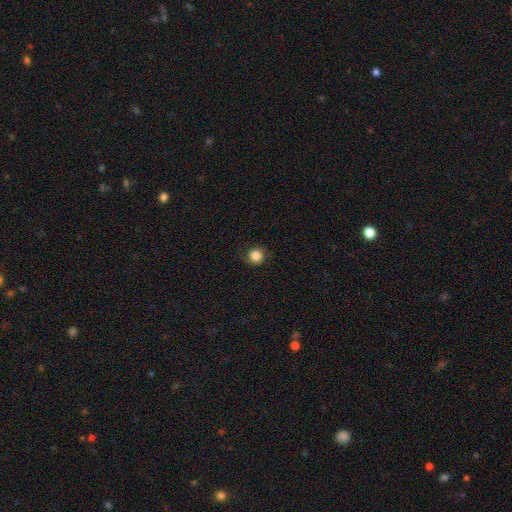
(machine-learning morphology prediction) Smooth or featured?
  - smooth: 80% *
  - star or artifact: 10%
  - featured or disk: 10%
How rounded?
  - round: 89% *
  - in between: 10%
  - cigar-shaped: 1%
Merging?
  - none: 79% *
  - minor disturbance: 15%
  - major disturbance: 6%
  - merger: 1%